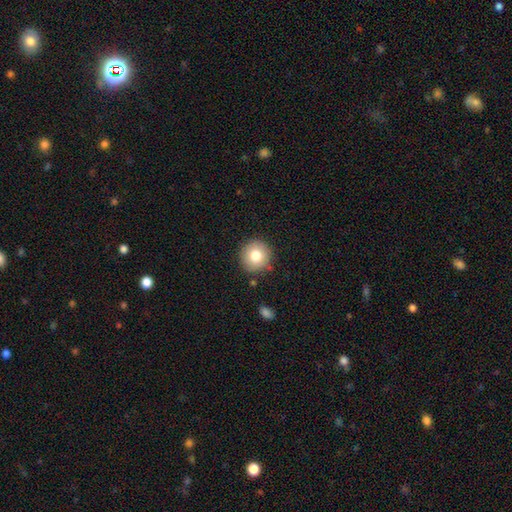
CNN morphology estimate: Overall: smooth (79%). How rounded: round (94%). Merging: none (87%).